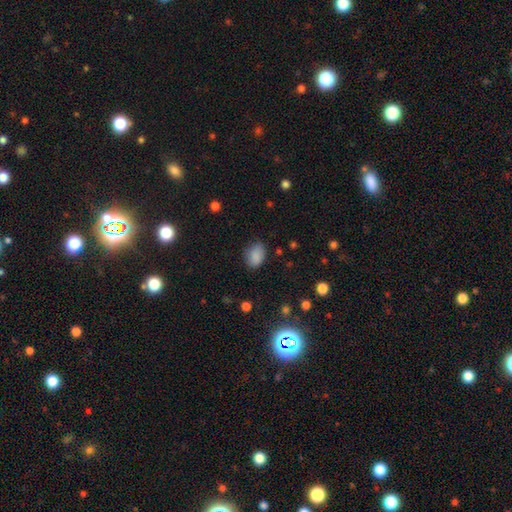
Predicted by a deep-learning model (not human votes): Smooth or featured? smooth (86%)
How rounded? in between (79%)
Merging? none (76%)